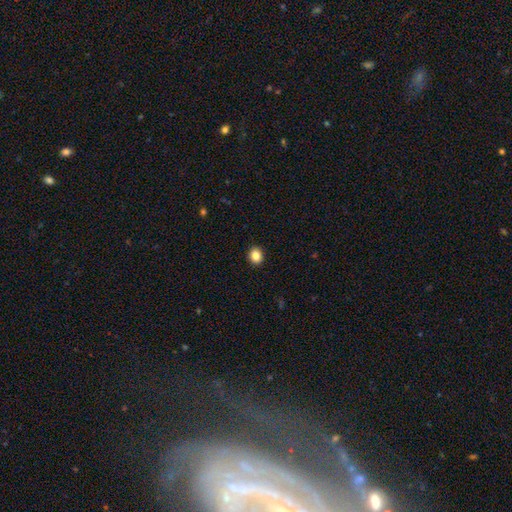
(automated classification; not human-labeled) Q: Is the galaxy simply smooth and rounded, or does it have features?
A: smooth — 86%.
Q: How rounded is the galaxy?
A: round — 63%.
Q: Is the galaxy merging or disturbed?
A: none — 92%.